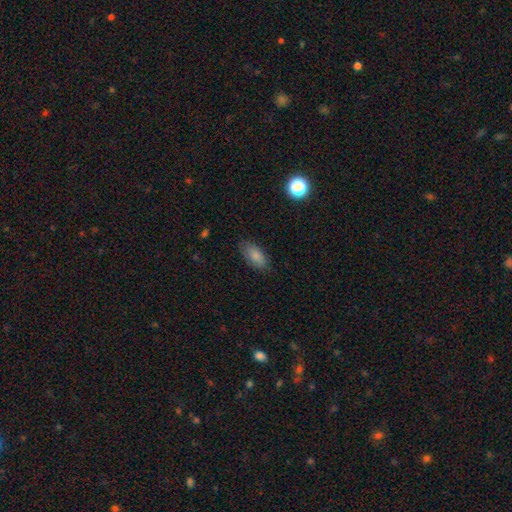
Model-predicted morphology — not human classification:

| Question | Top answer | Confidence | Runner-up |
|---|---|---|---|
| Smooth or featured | smooth | 83% | featured or disk (9%) |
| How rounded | in between | 89% | cigar-shaped (8%) |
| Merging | none | 80% | minor disturbance (15%) |